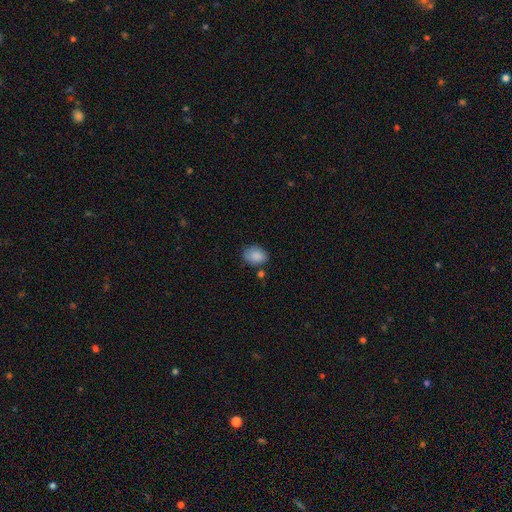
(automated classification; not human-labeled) A smooth galaxy with no disk features (86%) that is in between round and cigar-shaped (68%).

Vote fractions:
- Smooth or featured? smooth: 86% / star or artifact: 8% / featured or disk: 6%
- How rounded? in between: 68% / round: 31% / cigar-shaped: 1%
- Merging? none: 66% / minor disturbance: 22% / merger: 7% / major disturbance: 5%